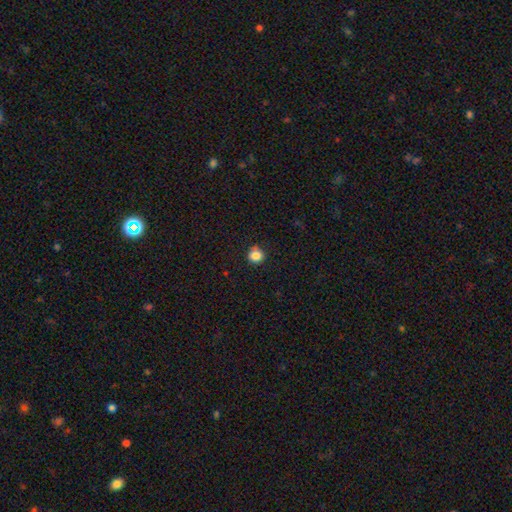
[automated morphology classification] The model was most divided on "merging": none: 77%, minor disturbance: 17%, major disturbance: 3%, merger: 2%. More confident: how rounded — round (87%); smooth or featured — smooth (84%).